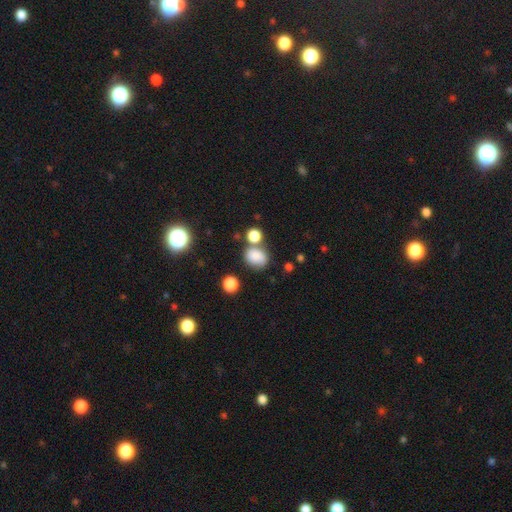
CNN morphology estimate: smooth-or-featured: smooth: 82% | star or artifact: 12% | featured or disk: 7%
  how-rounded: in between: 52% | round: 47% | cigar-shaped: 1%
  merging: none: 57% | merger: 23% | minor disturbance: 15% | major disturbance: 6%